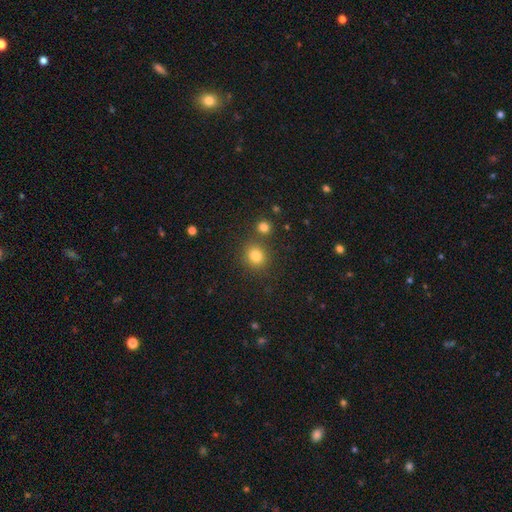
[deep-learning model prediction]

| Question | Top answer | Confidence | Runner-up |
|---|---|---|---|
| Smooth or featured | smooth | 82% | star or artifact (12%) |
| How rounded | round | 81% | in between (18%) |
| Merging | none | 78% | merger (10%) |